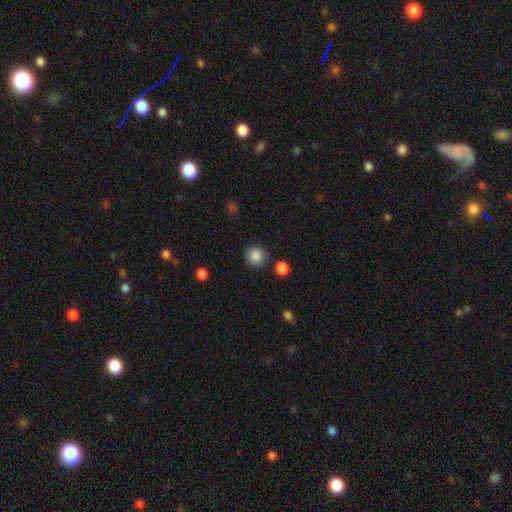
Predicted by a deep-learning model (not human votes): A smooth galaxy with no disk features (87%) that is round (92%). Merging: none (86%).